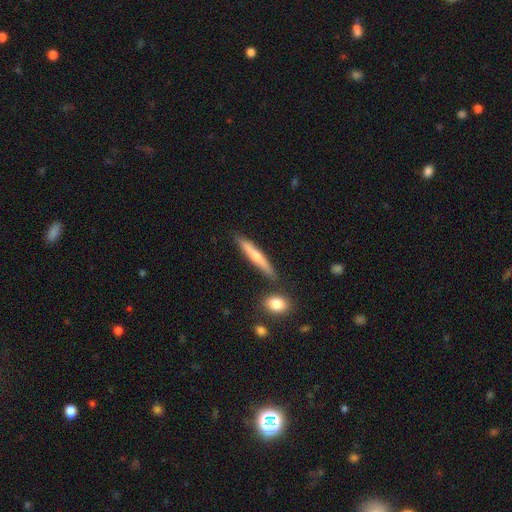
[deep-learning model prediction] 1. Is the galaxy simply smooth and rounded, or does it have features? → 58% smooth, 35% featured or disk, 6% star or artifact.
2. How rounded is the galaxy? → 92% cigar-shaped, 6% in between, 2% round.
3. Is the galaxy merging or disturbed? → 81% none, 11% minor disturbance, 5% merger, 2% major disturbance.